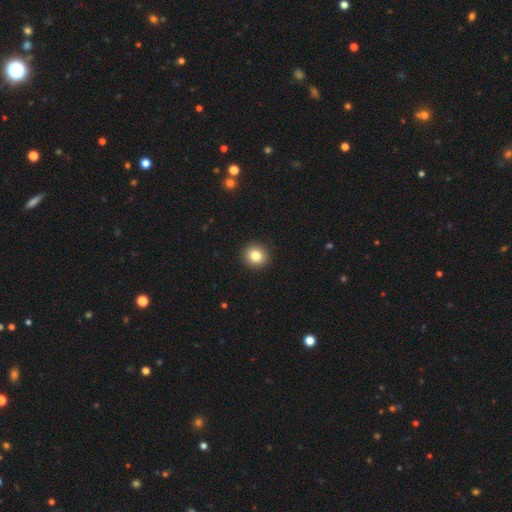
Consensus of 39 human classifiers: Smooth or featured: smooth — 85% (featured or disk — 8%)
How rounded: round — 97% (in between — 3%)
Merging: none — 97% (minor disturbance — 3%)